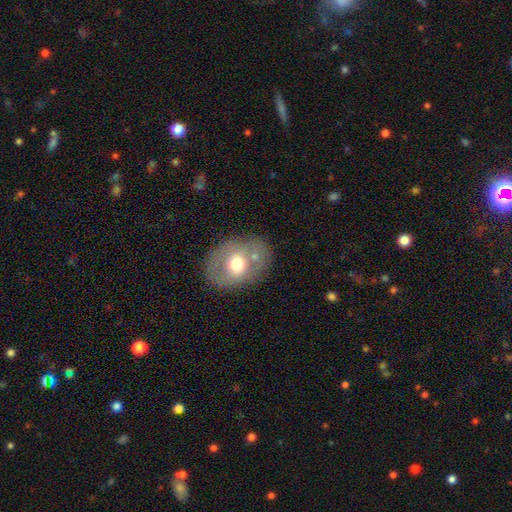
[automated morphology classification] smooth 55%, featured or disk 37%, star or artifact 8%. Down the decision tree: how rounded — in between (66%); merging — none (72%).